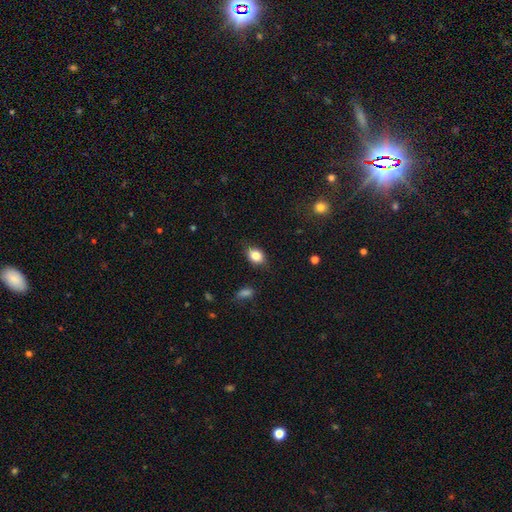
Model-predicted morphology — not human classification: smooth 83%, star or artifact 9%, featured or disk 8%. Down the decision tree: how rounded — in between (73%); merging — none (80%).